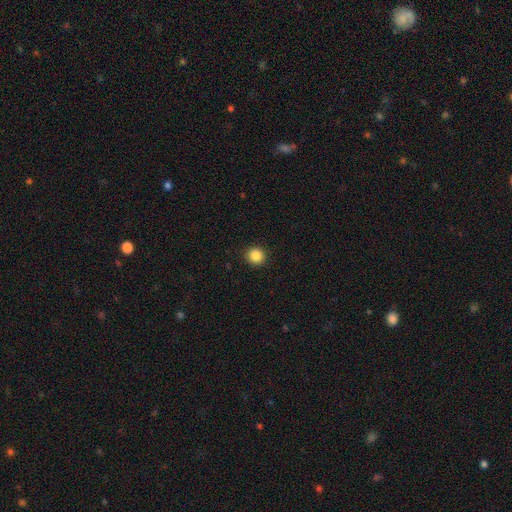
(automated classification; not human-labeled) Overall: smooth (85%). How rounded: round (93%). Merging: none (93%).